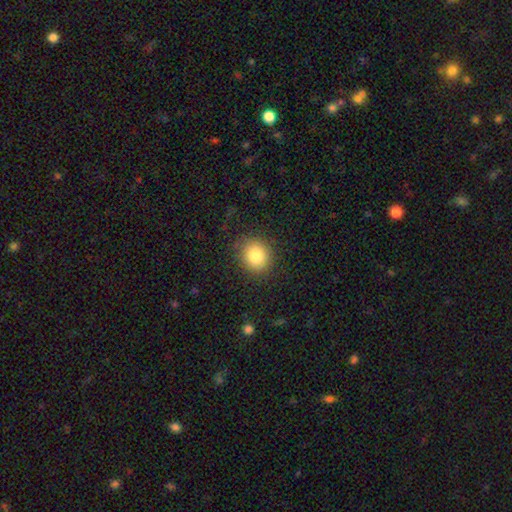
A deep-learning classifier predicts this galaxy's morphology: This is clearly a smooth galaxy (83%). How rounded: likely round (79%). Merging: clearly none (85%).